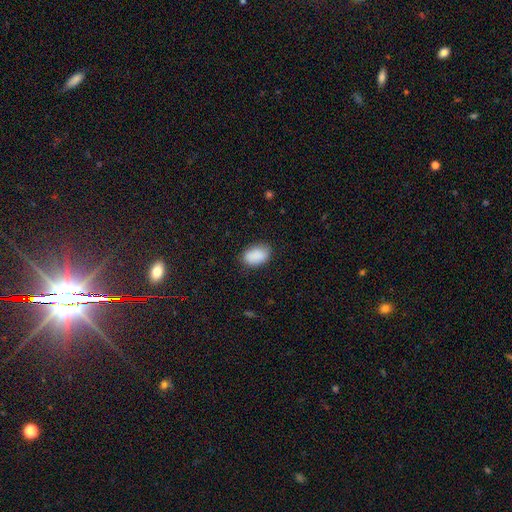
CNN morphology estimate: A smooth galaxy with no disk features (89%) that is in between round and cigar-shaped (87%). Merging: none (80%).